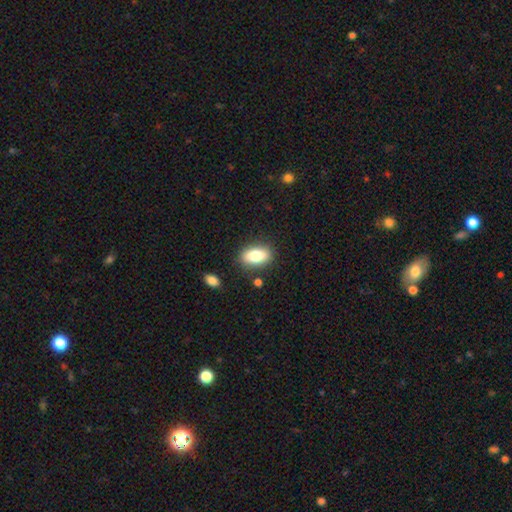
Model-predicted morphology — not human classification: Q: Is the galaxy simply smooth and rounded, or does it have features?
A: smooth — 78%.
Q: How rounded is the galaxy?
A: in between — 86%.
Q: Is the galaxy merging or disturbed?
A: none — 83%.